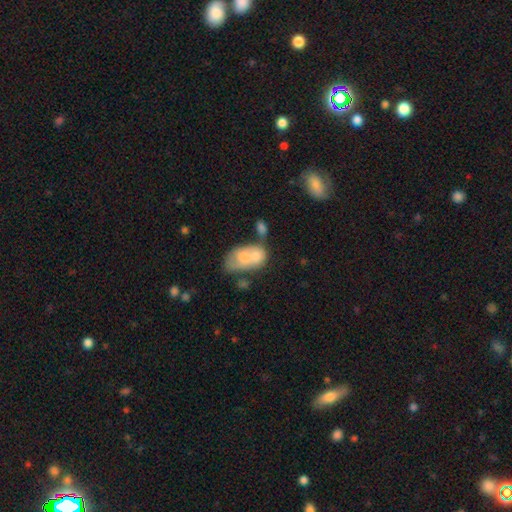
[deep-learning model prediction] The model was most divided on "smooth or featured": smooth: 64%, featured or disk: 29%, star or artifact: 7%. More confident: how rounded — in between (88%); merging — merger (58%).